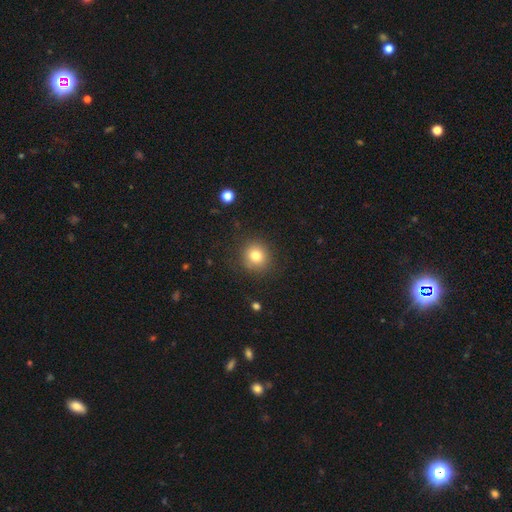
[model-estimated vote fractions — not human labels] Morphology: type=smooth (80%); roundness=round (88%); merging=none (86%).